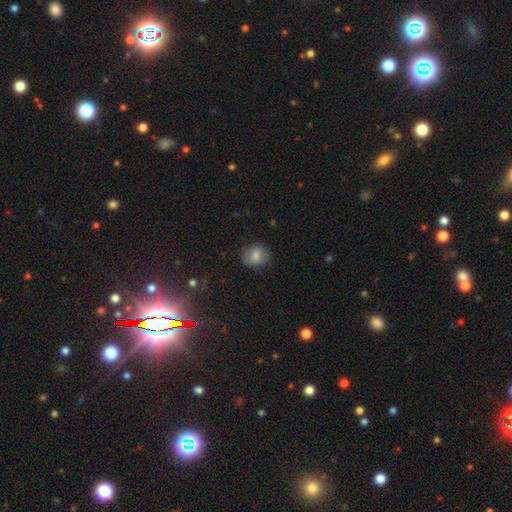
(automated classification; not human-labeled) Smooth or featured? Predicted: smooth (p=0.79). How rounded? Predicted: round (p=0.69). Merging? Predicted: none (p=0.78).